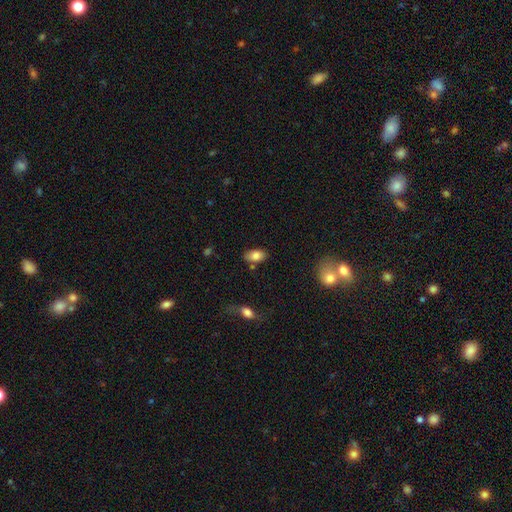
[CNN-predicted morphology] smooth 83%, featured or disk 9%, star or artifact 8%. Down the decision tree: how rounded — in between (91%); merging — none (79%).